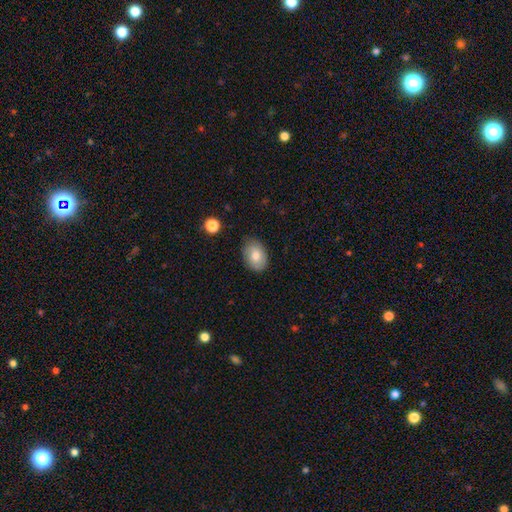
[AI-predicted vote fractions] Q: Smooth or featured?
A: smooth (77%); runner-up: featured or disk (15%)
Q: How rounded?
A: in between (82%); runner-up: round (17%)
Q: Merging?
A: none (81%); runner-up: minor disturbance (15%)